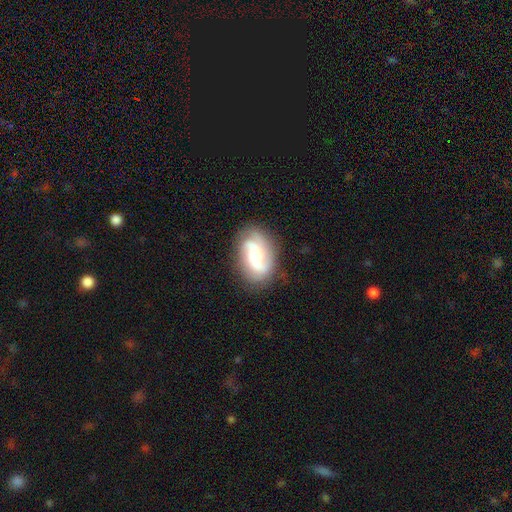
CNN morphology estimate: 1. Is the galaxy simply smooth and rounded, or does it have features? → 77% featured or disk, 17% smooth, 7% star or artifact.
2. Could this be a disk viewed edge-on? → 97% no, 3% yes.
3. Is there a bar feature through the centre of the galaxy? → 52% no, 36% weak, 13% strong.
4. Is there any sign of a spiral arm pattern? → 96% yes, 4% no.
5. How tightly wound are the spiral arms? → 45% medium, 33% loose, 22% tight.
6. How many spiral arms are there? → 44% 2, 35% 3, 10% can't tell, 4% 4, 4% 1, 3% more than 4.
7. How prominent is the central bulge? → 49% moderate, 33% small, 12% large, 3% none, 2% dominant.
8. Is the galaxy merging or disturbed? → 78% none, 15% minor disturbance, 6% major disturbance, 1% merger.